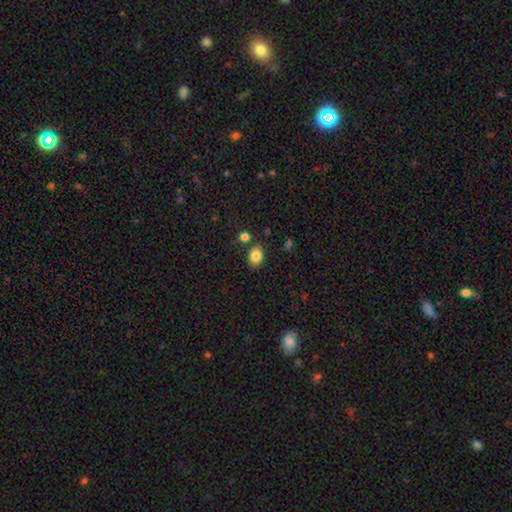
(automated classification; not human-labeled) Smooth or featured? Predicted: smooth (p=0.85). How rounded? Predicted: in between (p=0.70). Merging? Predicted: none (p=0.79).